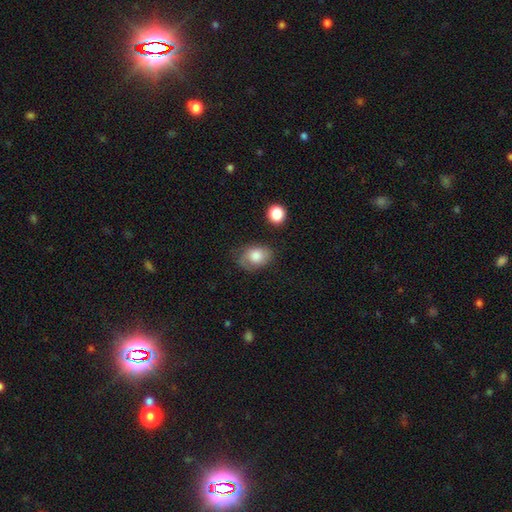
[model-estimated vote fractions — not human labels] smooth_or_featured: smooth (p=0.73) [alt: featured or disk p=0.18]
how_rounded: in between (p=0.68) [alt: round p=0.30]
merging: none (p=0.59) [alt: minor disturbance p=0.28]